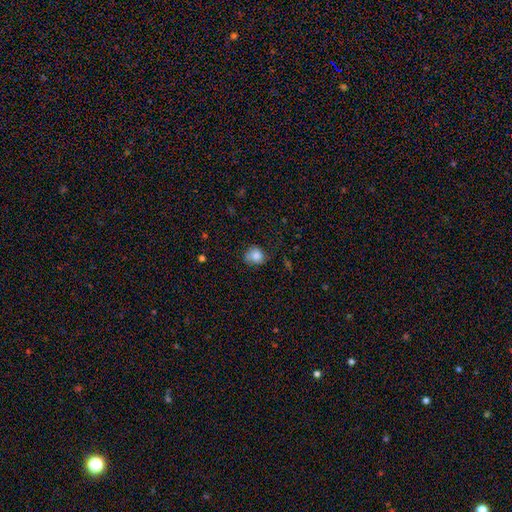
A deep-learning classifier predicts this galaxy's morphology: smooth 82%, featured or disk 9%, star or artifact 9%. Down the decision tree: how rounded — round (73%); merging — none (63%).